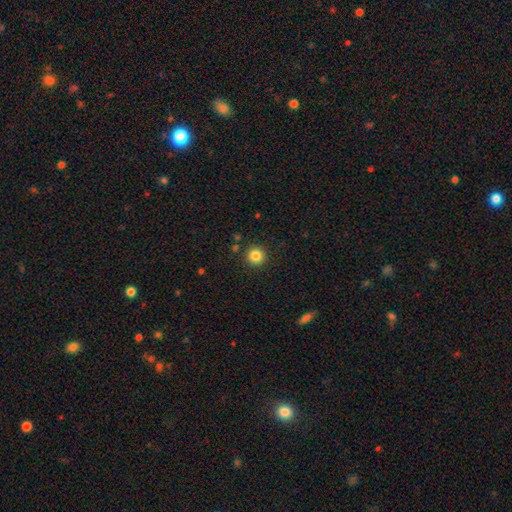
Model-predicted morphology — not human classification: type=smooth (84%); roundness=round (95%); merging=none (90%).